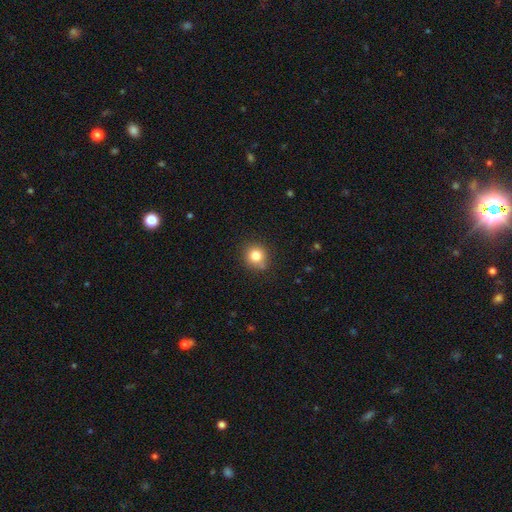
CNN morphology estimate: smooth-or-featured: smooth: 81% | star or artifact: 12% | featured or disk: 7%
  how-rounded: round: 89% | in between: 10% | cigar-shaped: 1%
  merging: none: 81% | minor disturbance: 13% | merger: 3% | major disturbance: 3%